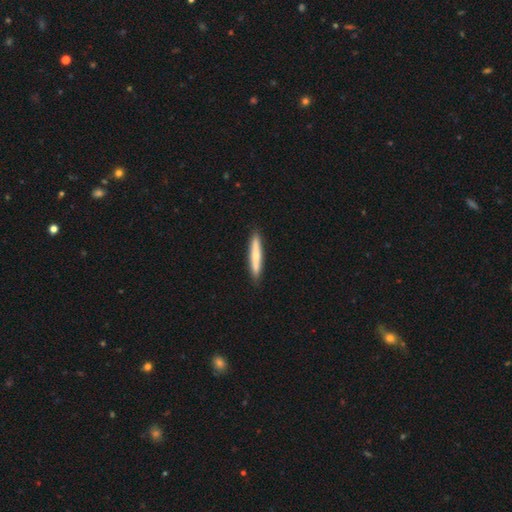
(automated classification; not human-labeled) This is likely a smooth galaxy (71%). How rounded: clearly cigar-shaped (95%). Merging: clearly none (91%).